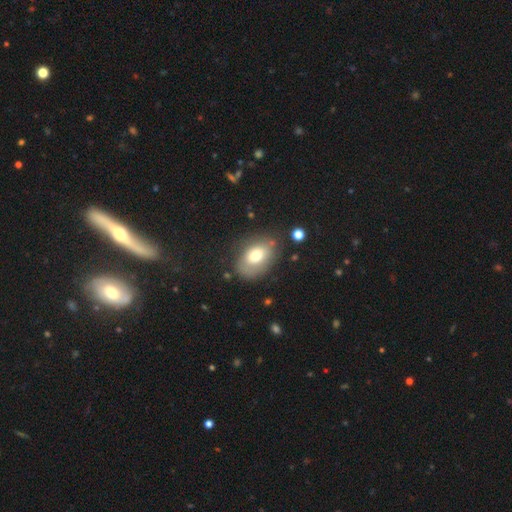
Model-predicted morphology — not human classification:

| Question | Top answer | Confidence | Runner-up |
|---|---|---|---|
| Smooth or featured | smooth | 69% | featured or disk (22%) |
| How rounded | in between | 83% | round (16%) |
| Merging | none | 69% | minor disturbance (20%) |